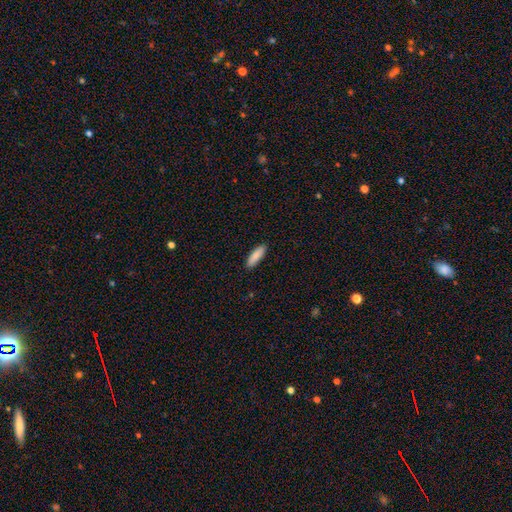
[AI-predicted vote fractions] Smooth or featured? smooth (88%)
How rounded? cigar-shaped (50%)
Merging? none (90%)